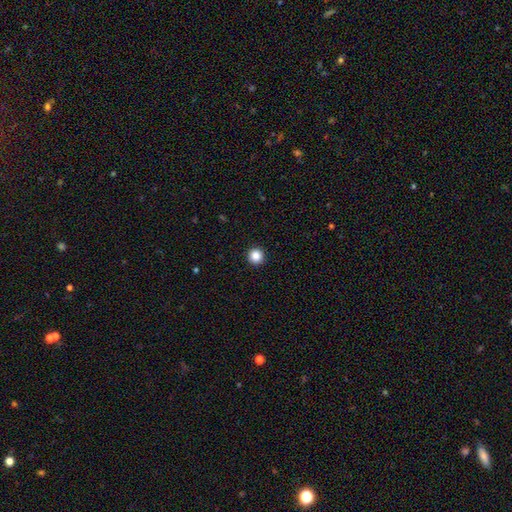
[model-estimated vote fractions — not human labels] smooth-or-featured: smooth: 86% | star or artifact: 11% | featured or disk: 3%
  how-rounded: round: 96% | in between: 3% | cigar-shaped: 1%
  merging: none: 94% | minor disturbance: 4% | major disturbance: 1% | merger: 1%